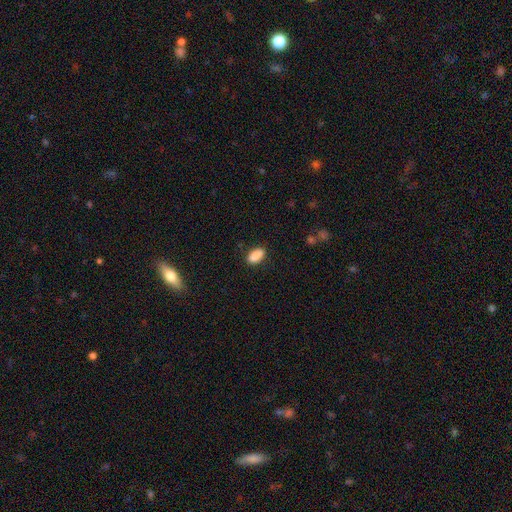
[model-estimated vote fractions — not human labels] smooth-or-featured: smooth: 89% | star or artifact: 7% | featured or disk: 3%
  how-rounded: in between: 87% | cigar-shaped: 10% | round: 3%
  merging: none: 87% | minor disturbance: 10% | major disturbance: 2% | merger: 1%